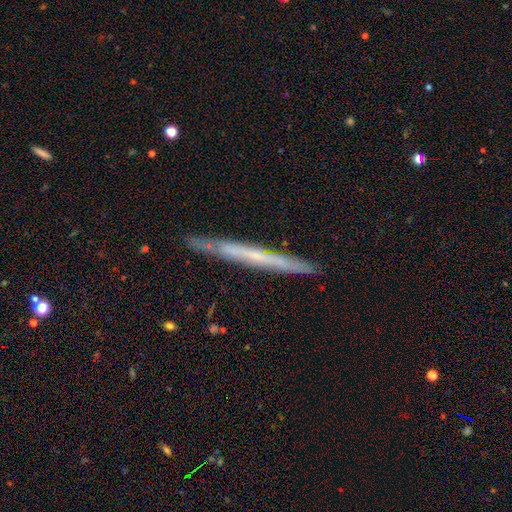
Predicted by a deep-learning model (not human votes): A featured or disk galaxy (59%) viewed edge-on (93%) with no central bulge (83%). Merging: none (87%).